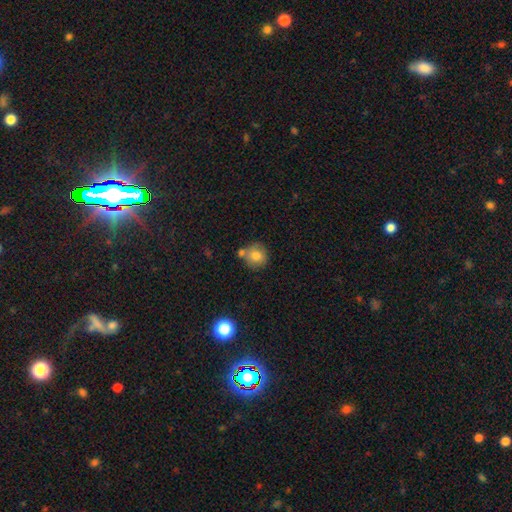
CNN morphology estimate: This appears to be a smooth galaxy with no disk features (78%) that is round (89%). Merging: none (61%).